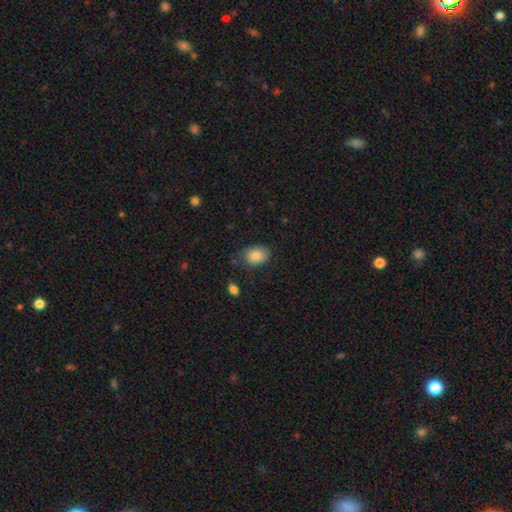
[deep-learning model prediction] The model was most divided on "how rounded": in between: 71%, round: 28%, cigar-shaped: 1%. More confident: smooth or featured — smooth (85%); merging — none (76%).